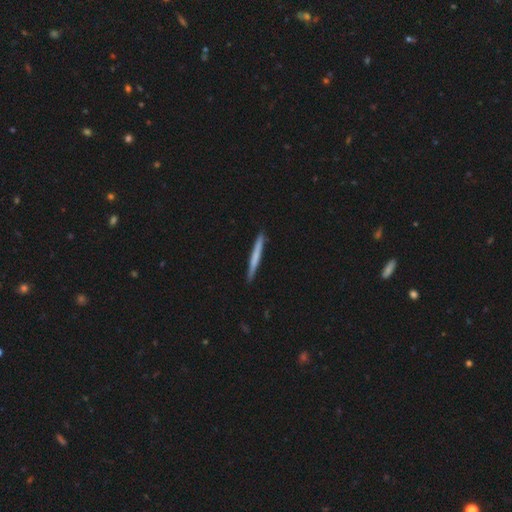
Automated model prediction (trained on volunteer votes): Smooth or featured? smooth (61%)
How rounded? cigar-shaped (97%)
Merging? none (92%)